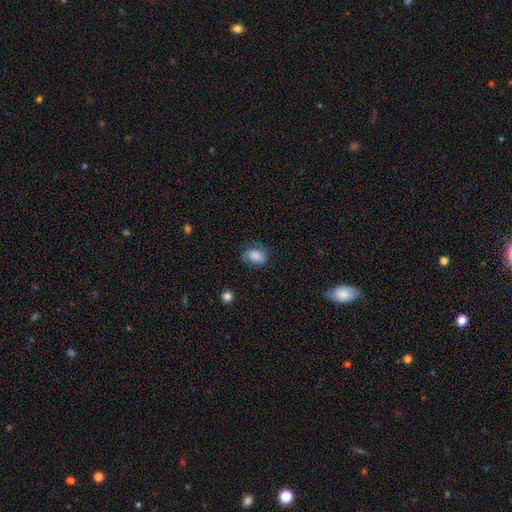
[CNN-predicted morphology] Smooth or featured? smooth (71%)
How rounded? in between (76%)
Merging? none (59%)